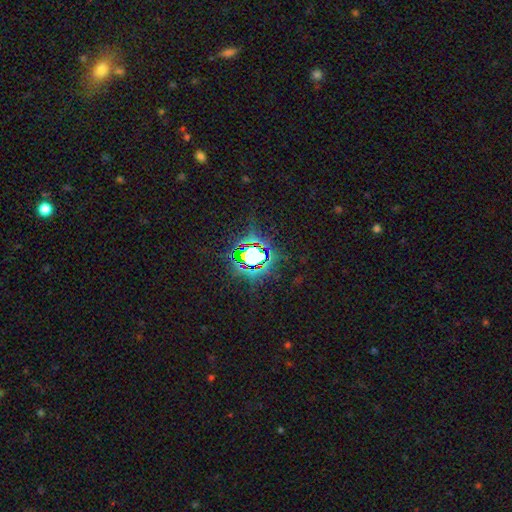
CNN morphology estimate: This is likely a star or artifact rather than a galaxy (78%).